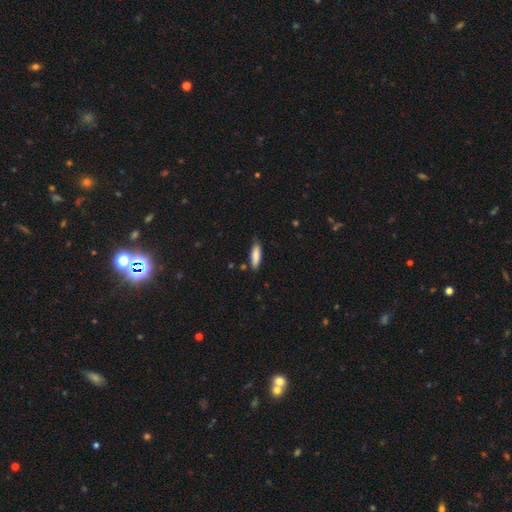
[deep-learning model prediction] smooth 85%, featured or disk 8%, star or artifact 6%. Down the decision tree: how rounded — cigar-shaped (56%); merging — none (77%).